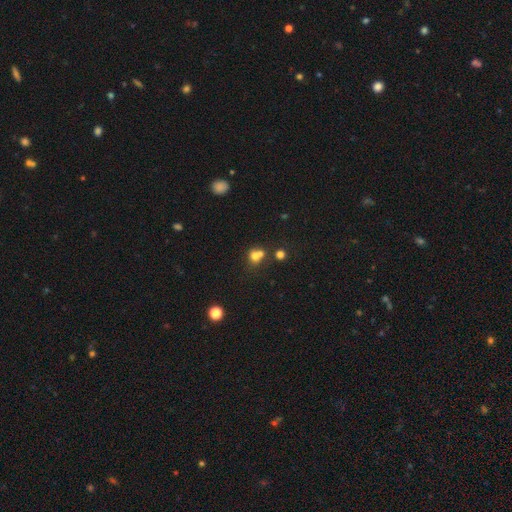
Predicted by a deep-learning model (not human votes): A smooth galaxy with no disk features (70%) that is round (76%). Merging: merger (51%).